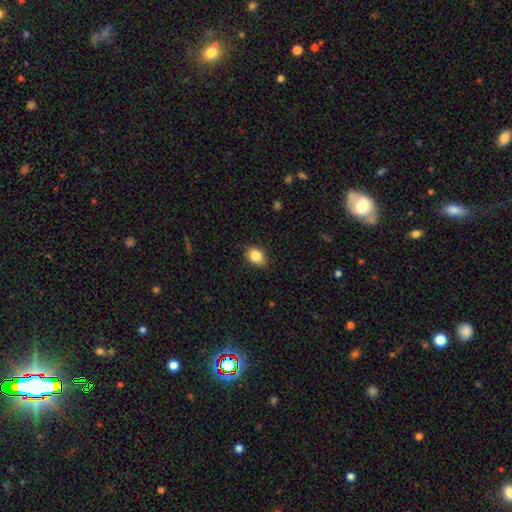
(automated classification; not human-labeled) A smooth galaxy with no disk features (84%) that is in between round and cigar-shaped (63%). Merging: none (78%).